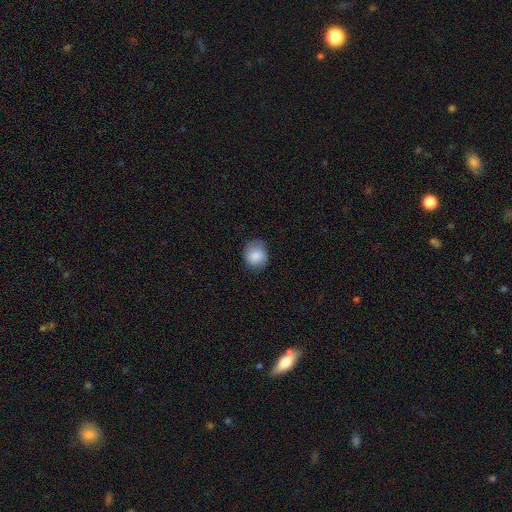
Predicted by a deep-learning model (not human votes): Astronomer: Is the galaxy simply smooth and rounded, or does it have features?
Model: smooth — 84%.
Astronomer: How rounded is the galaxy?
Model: round — 75%.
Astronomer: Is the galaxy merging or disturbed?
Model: none — 72%.